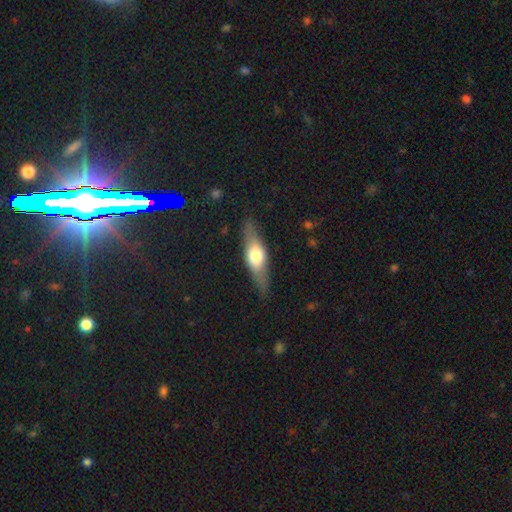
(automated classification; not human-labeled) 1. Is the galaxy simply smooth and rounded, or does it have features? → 51% featured or disk, 43% smooth, 6% star or artifact.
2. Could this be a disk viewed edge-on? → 86% yes, 14% no.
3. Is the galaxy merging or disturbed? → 81% none, 13% minor disturbance, 4% major disturbance, 1% merger.